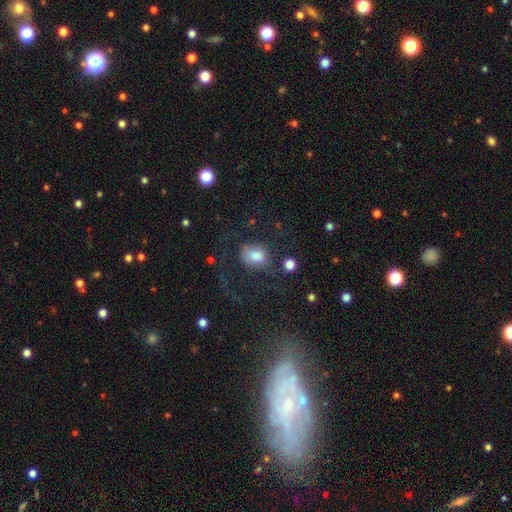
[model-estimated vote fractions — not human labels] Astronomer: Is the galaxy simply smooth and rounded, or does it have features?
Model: smooth — 66%.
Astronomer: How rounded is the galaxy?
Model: in between — 55% (runner-up: round, 43%).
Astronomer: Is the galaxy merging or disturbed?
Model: major disturbance — 38% (runner-up: none, 37%).